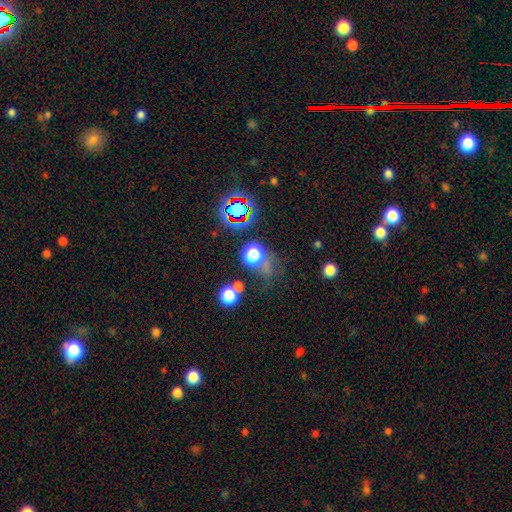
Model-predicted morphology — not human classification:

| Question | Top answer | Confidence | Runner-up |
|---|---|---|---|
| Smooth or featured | star or artifact | 58% | smooth (31%) |